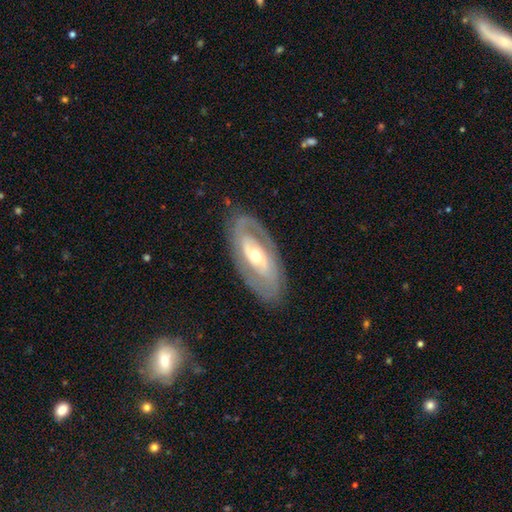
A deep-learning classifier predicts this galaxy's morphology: The model was most divided on "bar": no: 40%, weak: 32%, strong: 28%. More confident: edge-on disk — no (90%); merging — none (82%); smooth or featured — featured or disk (80%); spiral arms — yes (78%); spiral arm count — 2 (70%); bulge size — moderate (59%); spiral winding — tight (55%).